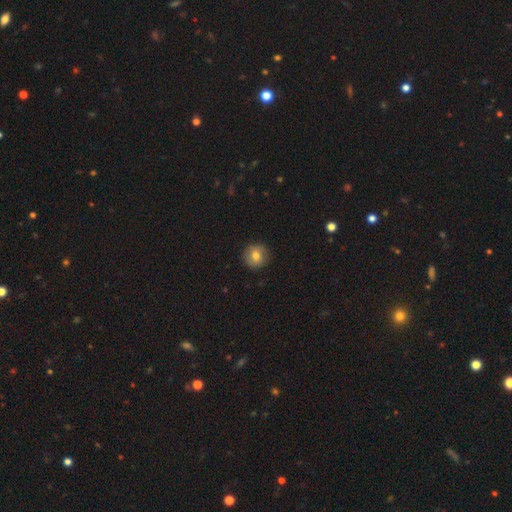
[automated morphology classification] type=smooth (76%); roundness=round (93%); merging=none (90%).